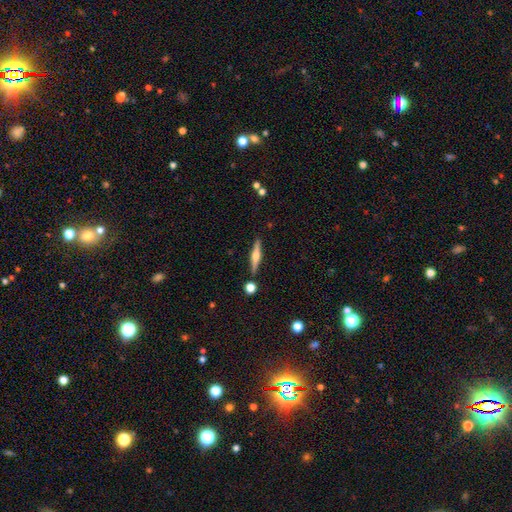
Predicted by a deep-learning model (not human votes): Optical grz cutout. It shows a featured or disk galaxy (64%) viewed edge-on (97%) with a rounded central bulge (89%). Merging: none (86%).